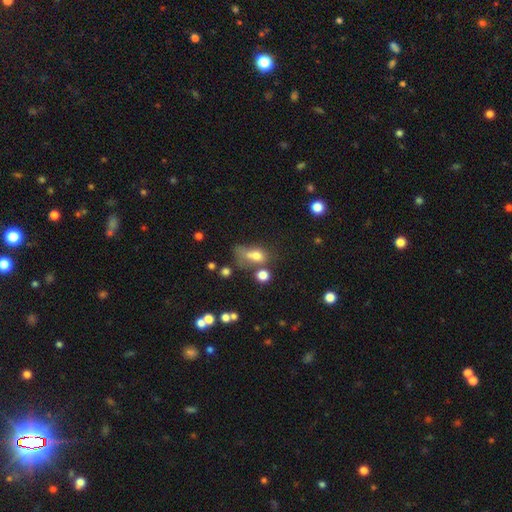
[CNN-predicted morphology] The model was most divided on "merging": merger: 31%, major disturbance: 27%, none: 24%, minor disturbance: 19%. More confident: how rounded — in between (69%); smooth or featured — smooth (68%).